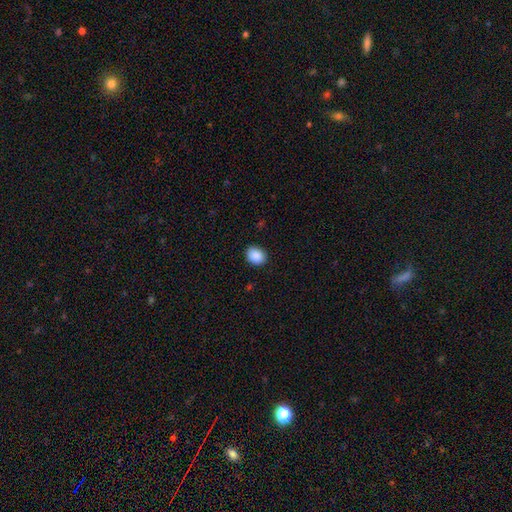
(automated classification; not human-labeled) Smooth or featured? Predicted: smooth (p=0.89). How rounded? Predicted: in between (p=0.51). Merging? Predicted: none (p=0.89).